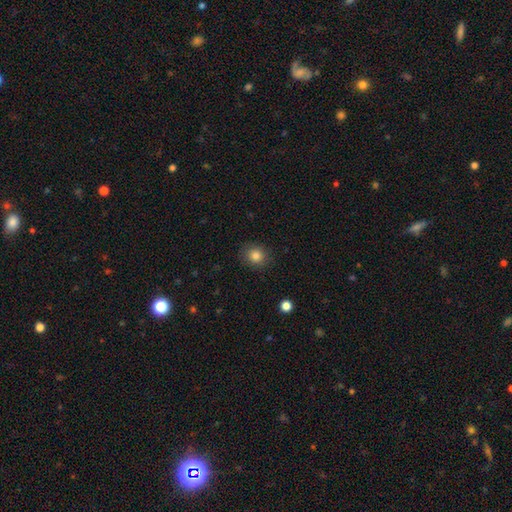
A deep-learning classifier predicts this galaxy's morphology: A smooth galaxy with no disk features (83%) that is round (79%). Merging: none (88%).